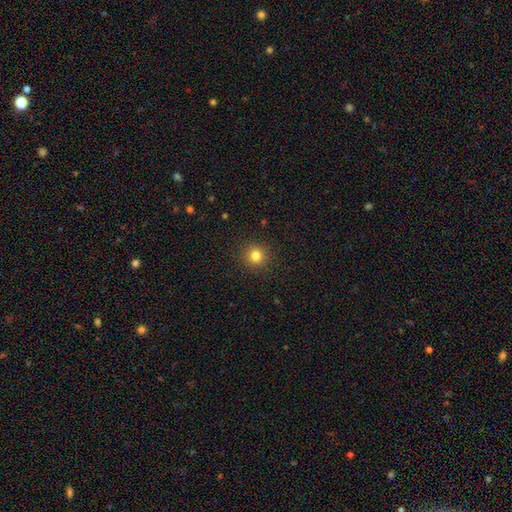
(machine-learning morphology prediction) Smooth or featured? smooth (81%)
How rounded? round (94%)
Merging? none (92%)